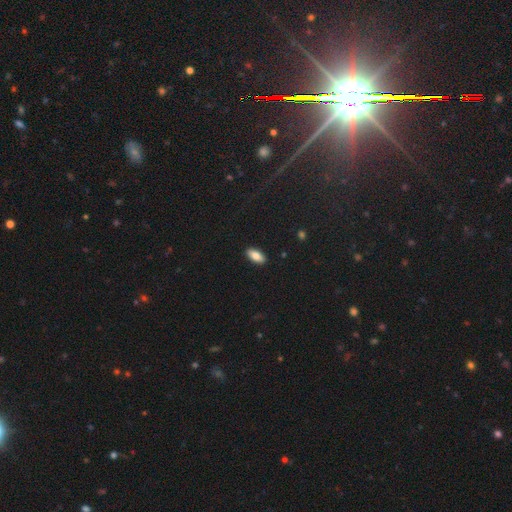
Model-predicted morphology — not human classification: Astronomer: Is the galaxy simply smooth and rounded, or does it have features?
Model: smooth — 81%.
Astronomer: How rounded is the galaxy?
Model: in between — 89%.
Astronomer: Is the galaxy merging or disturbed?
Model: none — 90%.